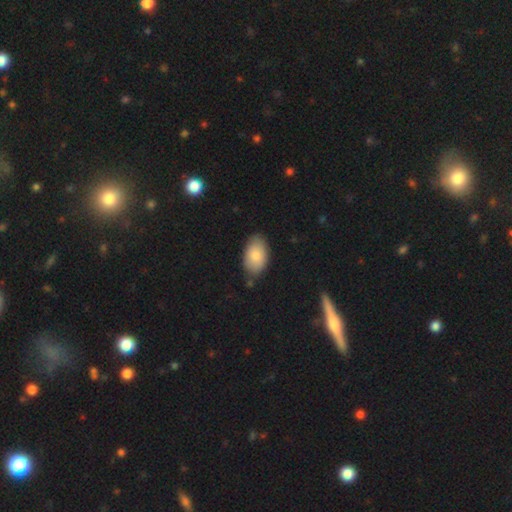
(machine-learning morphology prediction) This appears to be a smooth galaxy with no disk features (84%) that is in between round and cigar-shaped (93%). Merging: none (78%).